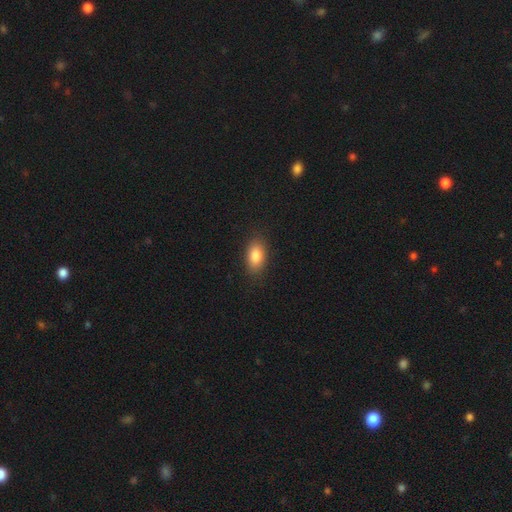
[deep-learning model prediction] Smooth or featured: smooth — 85% (star or artifact — 8%)
How rounded: in between — 90% (round — 7%)
Merging: none — 87% (minor disturbance — 10%)